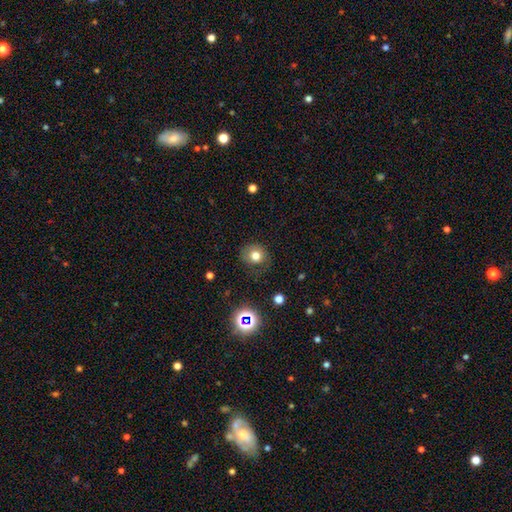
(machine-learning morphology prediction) smooth_or_featured: smooth (p=0.73) [alt: star or artifact p=0.16]
how_rounded: round (p=0.84) [alt: in between p=0.16]
merging: none (p=0.75) [alt: minor disturbance p=0.16]